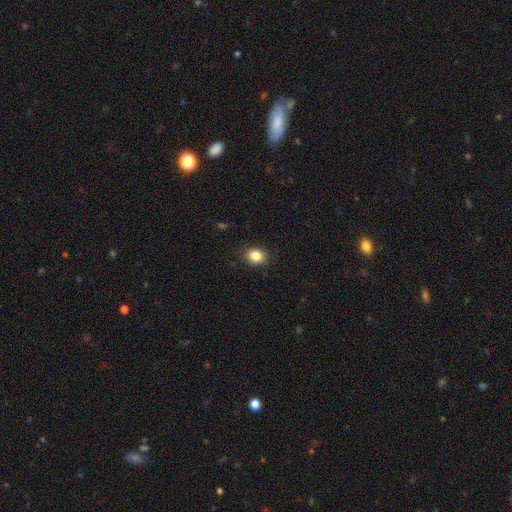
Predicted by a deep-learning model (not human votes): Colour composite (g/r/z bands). It shows a smooth galaxy with no disk features (85%) that is round (55%). Merging: none (88%).